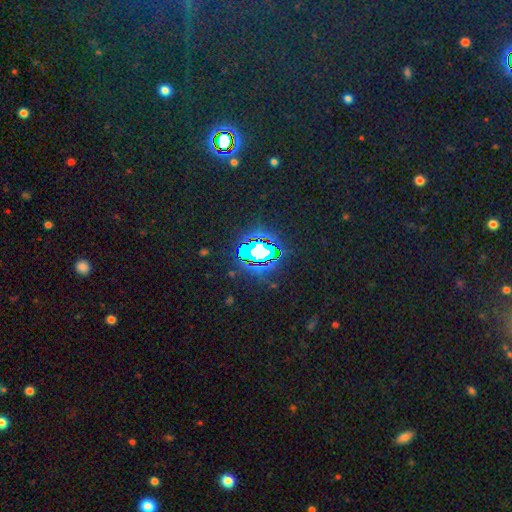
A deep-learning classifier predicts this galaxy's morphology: Smooth or featured: star or artifact — 66% (smooth — 20%)